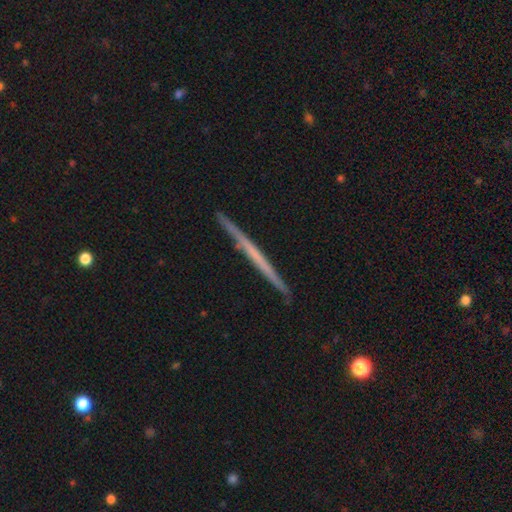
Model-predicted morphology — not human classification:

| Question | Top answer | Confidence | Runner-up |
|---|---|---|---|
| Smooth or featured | featured or disk | 59% | smooth (35%) |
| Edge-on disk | yes | 97% | no (3%) |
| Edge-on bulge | none | 91% | rounded (5%) |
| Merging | none | 92% | minor disturbance (6%) |